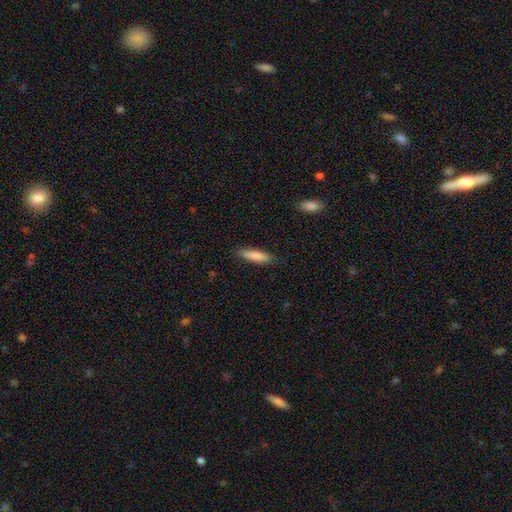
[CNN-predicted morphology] smooth_or_featured: smooth (p=0.85) [alt: featured or disk p=0.09]
how_rounded: cigar-shaped (p=0.67) [alt: in between p=0.31]
merging: none (p=0.86) [alt: minor disturbance p=0.11]